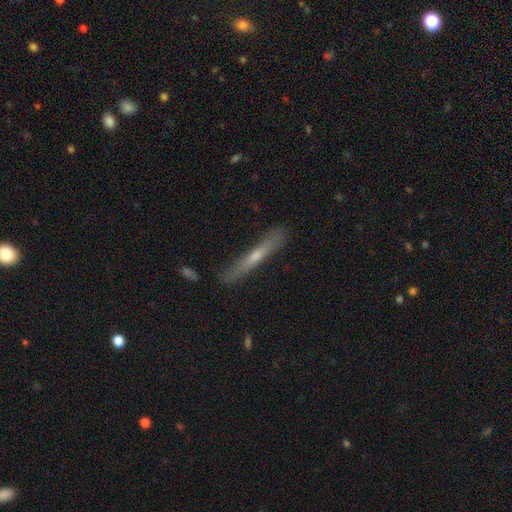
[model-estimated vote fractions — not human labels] Q: Smooth or featured?
A: featured or disk (58%); runner-up: smooth (34%)
Q: Edge-on disk?
A: yes (92%); runner-up: no (8%)
Q: Edge-on bulge?
A: rounded (71%); runner-up: none (25%)
Q: Merging?
A: none (83%); runner-up: minor disturbance (13%)